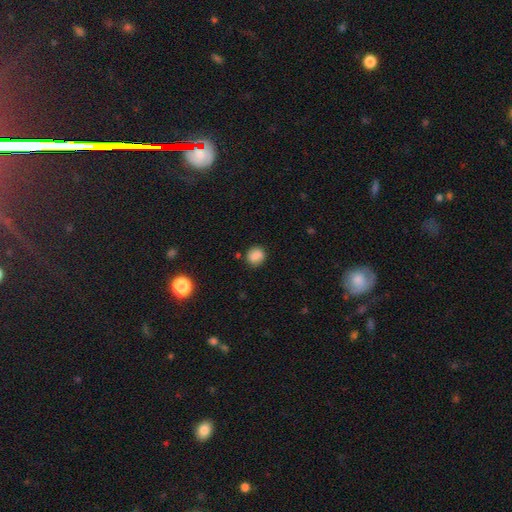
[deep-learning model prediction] Overall: smooth (86%). How rounded: round (75%). Merging: none (82%).